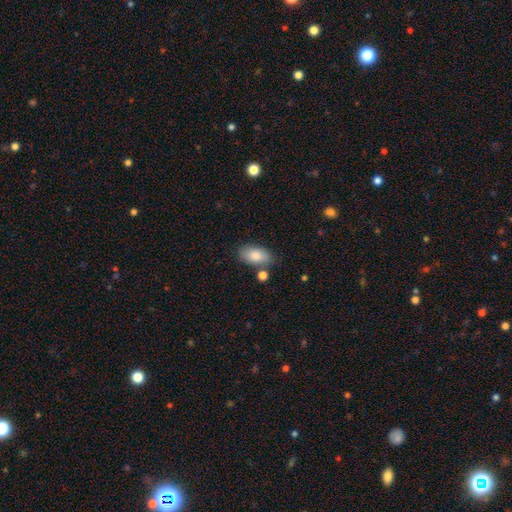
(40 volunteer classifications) smooth_or_featured: smooth (p=0.93) [alt: featured or disk p=0.05]
how_rounded: in between (p=0.89) [alt: round p=0.05]
merging: none (p=0.69) [alt: minor disturbance p=0.18]